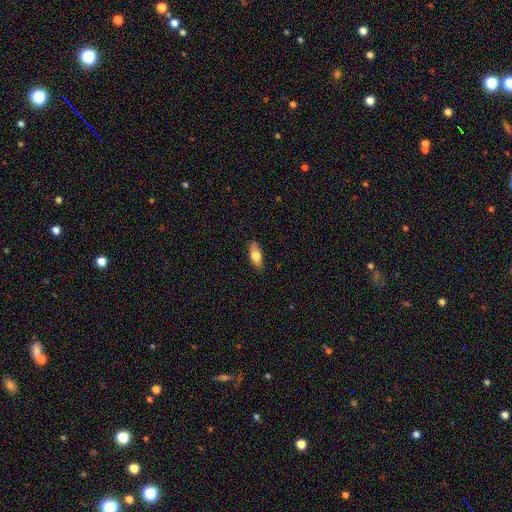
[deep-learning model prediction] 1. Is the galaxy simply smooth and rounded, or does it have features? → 72% smooth, 21% featured or disk, 6% star or artifact.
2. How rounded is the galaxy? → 78% in between, 18% cigar-shaped, 3% round.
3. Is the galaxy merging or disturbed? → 86% none, 11% minor disturbance, 2% major disturbance, 1% merger.